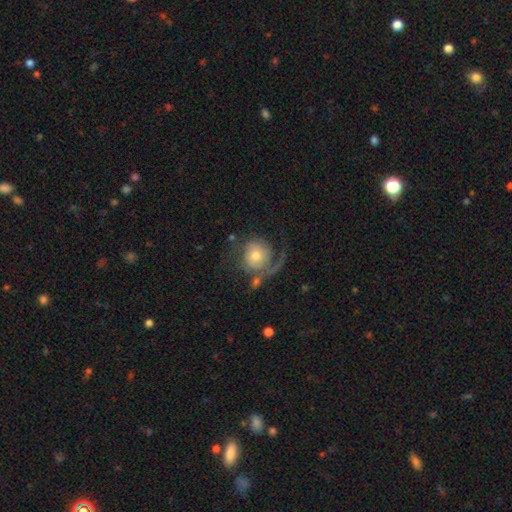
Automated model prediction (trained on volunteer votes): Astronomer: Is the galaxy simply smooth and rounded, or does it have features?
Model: featured or disk — 70%.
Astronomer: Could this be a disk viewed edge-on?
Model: no — 97%.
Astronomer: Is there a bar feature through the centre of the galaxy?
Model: no — 75%.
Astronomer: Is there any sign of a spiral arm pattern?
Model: yes — 90%.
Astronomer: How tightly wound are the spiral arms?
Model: medium — 38%, tied with loose at 38%.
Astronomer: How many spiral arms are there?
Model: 2 — 46% (runner-up: 1, 41%).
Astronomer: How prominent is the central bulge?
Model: moderate — 54% (runner-up: small, 33%).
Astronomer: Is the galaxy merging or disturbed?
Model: none — 50% (runner-up: major disturbance, 27%).